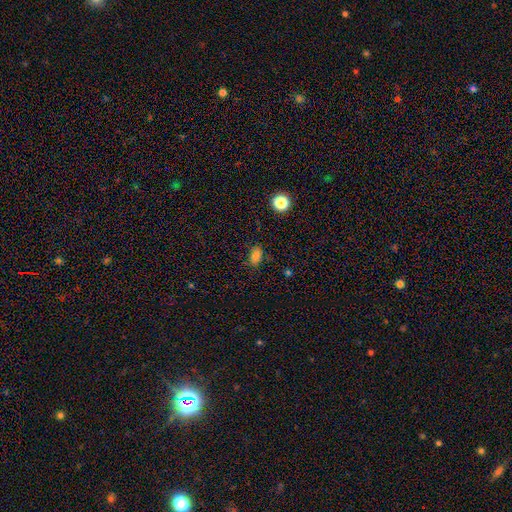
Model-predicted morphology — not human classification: Smooth or featured? Predicted: smooth (p=0.82). How rounded? Predicted: in between (p=0.86). Merging? Predicted: none (p=0.81).